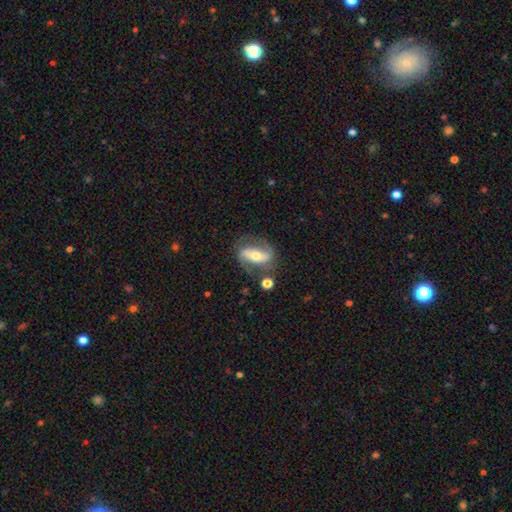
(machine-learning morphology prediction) Smooth or featured? Predicted: featured or disk (p=0.79). Edge-on disk? Predicted: no (p=0.92). Bar? Predicted: strong (p=0.57). Spiral arms? Predicted: yes (p=0.86). Spiral winding? Predicted: medium (p=0.42). Spiral arm count? Predicted: 2 (p=0.88). Bulge size? Predicted: moderate (p=0.59). Merging? Predicted: none (p=0.73).